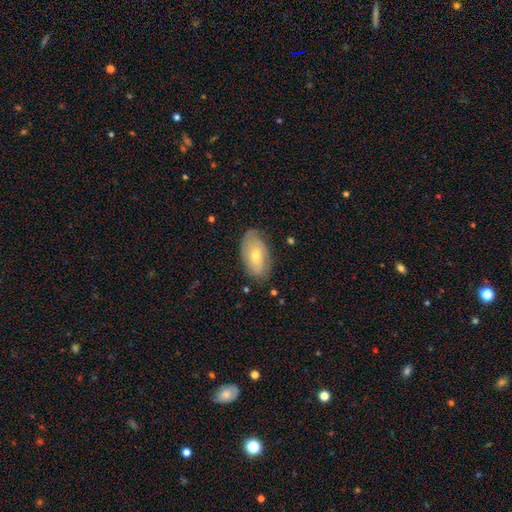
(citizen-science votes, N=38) Overall: smooth (50%; featured or disk 47%). How rounded: in between (95%). Merging: none (76%).